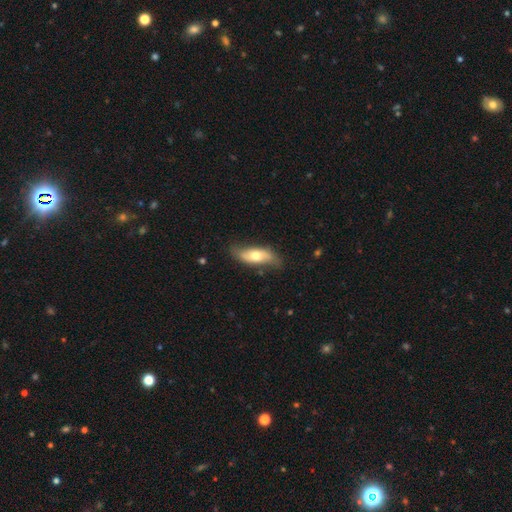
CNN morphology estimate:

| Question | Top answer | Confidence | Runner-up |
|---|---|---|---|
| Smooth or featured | smooth | 53% | featured or disk (41%) |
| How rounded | in between | 72% | cigar-shaped (25%) |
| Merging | none | 69% | minor disturbance (24%) |